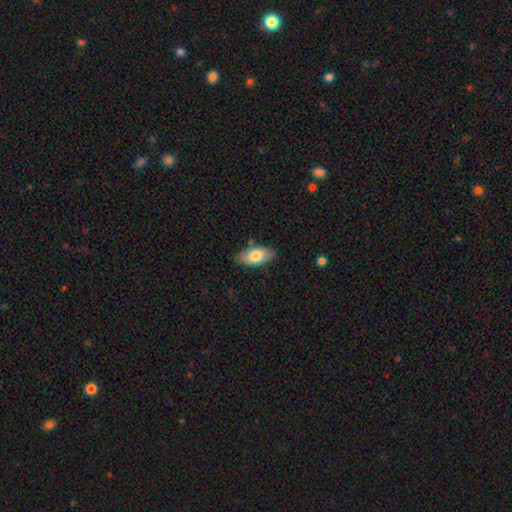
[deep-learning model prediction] A smooth galaxy with no disk features (81%) that is in between round and cigar-shaped (92%).

Vote fractions:
- Smooth or featured? smooth: 81% / featured or disk: 13% / star or artifact: 6%
- How rounded? in between: 92% / cigar-shaped: 5% / round: 3%
- Merging? none: 83% / minor disturbance: 13% / major disturbance: 2% / merger: 2%